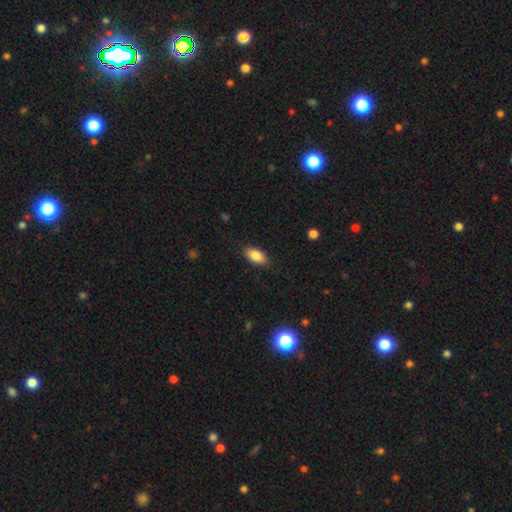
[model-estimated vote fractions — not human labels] Smooth or featured: smooth — 83% (featured or disk — 9%)
How rounded: in between — 91% (cigar-shaped — 5%)
Merging: none — 86% (minor disturbance — 11%)